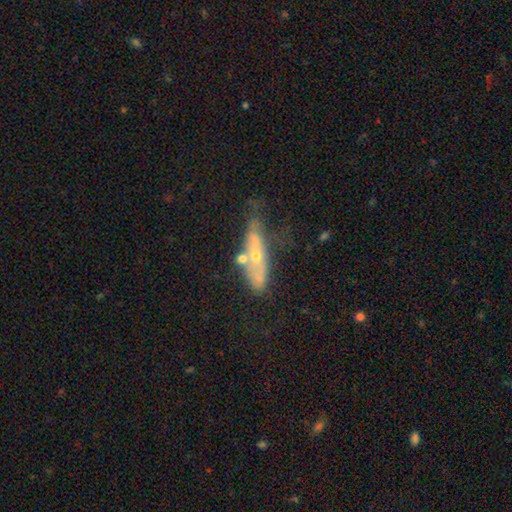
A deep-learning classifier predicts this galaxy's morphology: Smooth or featured? Predicted: featured or disk (p=0.51). Edge-on disk? Predicted: no (p=0.60). Merging? Predicted: none (p=0.41).